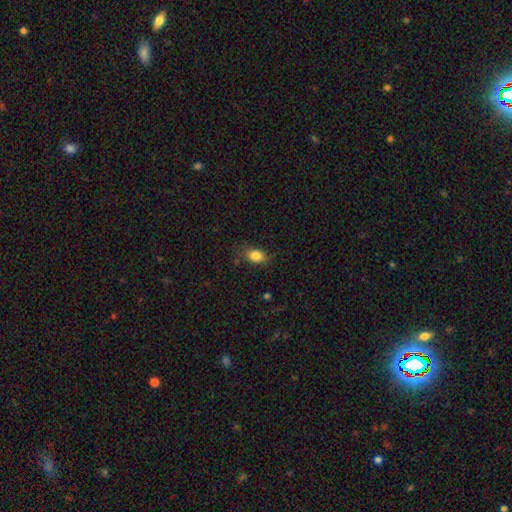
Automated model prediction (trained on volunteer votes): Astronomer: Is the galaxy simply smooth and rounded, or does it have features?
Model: smooth — 84%.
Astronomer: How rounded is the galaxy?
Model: in between — 80%.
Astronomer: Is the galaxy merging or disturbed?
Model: none — 78%.